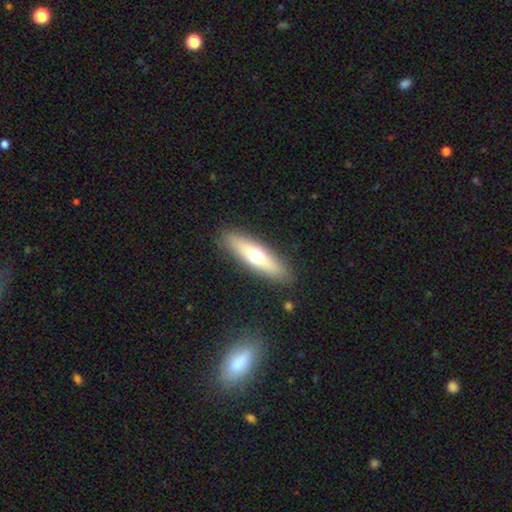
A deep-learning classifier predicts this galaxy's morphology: smooth 53%, featured or disk 39%, star or artifact 7%. Down the decision tree: how rounded — cigar-shaped (60%); merging — none (88%).